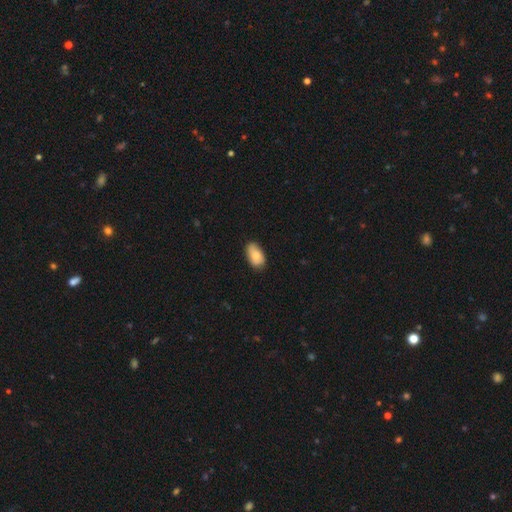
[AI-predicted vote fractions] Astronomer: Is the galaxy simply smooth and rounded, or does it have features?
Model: smooth — 80%.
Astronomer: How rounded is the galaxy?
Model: in between — 92%.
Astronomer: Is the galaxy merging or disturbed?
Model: none — 71%.